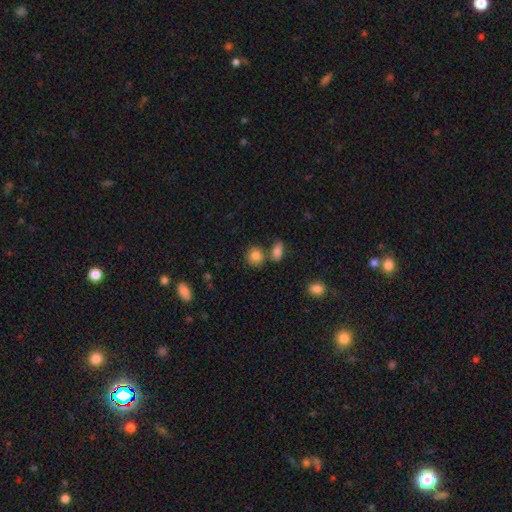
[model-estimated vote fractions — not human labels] The model was most divided on "merging": none: 65%, merger: 18%, minor disturbance: 12%, major disturbance: 4%. More confident: smooth or featured — smooth (84%); how rounded — round (75%).